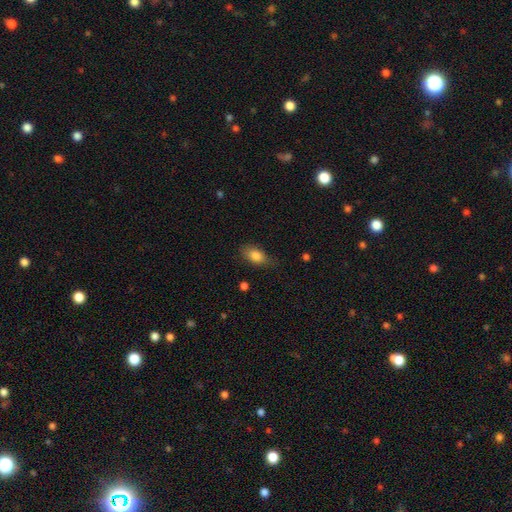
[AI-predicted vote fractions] smooth_or_featured: smooth (p=0.83) [alt: featured or disk p=0.09]
how_rounded: in between (p=0.87) [alt: round p=0.07]
merging: none (p=0.73) [alt: minor disturbance p=0.20]